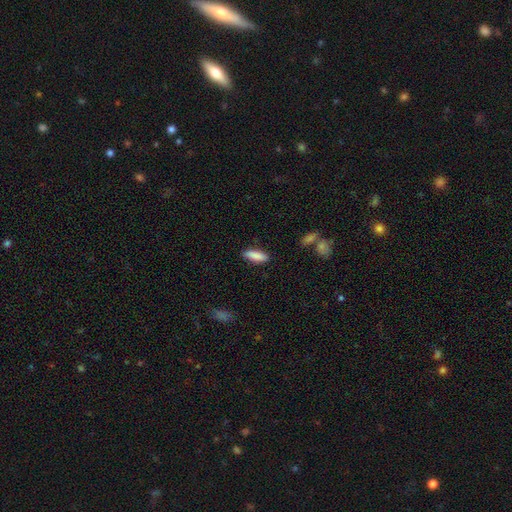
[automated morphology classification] A smooth galaxy with no disk features (87%) that is in between round and cigar-shaped (57%). Merging: none (86%).